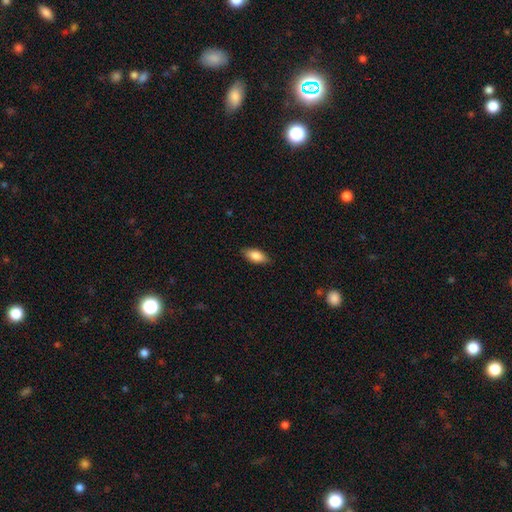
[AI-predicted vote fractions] smooth_or_featured: smooth (p=0.83) [alt: featured or disk p=0.11]
how_rounded: in between (p=0.86) [alt: cigar-shaped p=0.11]
merging: none (p=0.85) [alt: minor disturbance p=0.12]